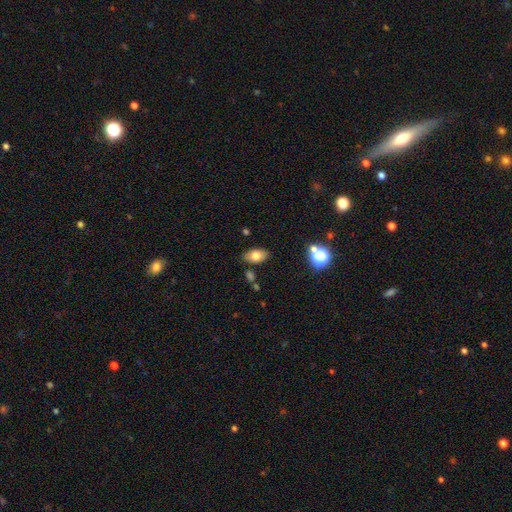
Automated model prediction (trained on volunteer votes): Q: Smooth or featured?
A: smooth (76%); runner-up: featured or disk (14%)
Q: How rounded?
A: in between (91%); runner-up: round (7%)
Q: Merging?
A: none (82%); runner-up: minor disturbance (12%)